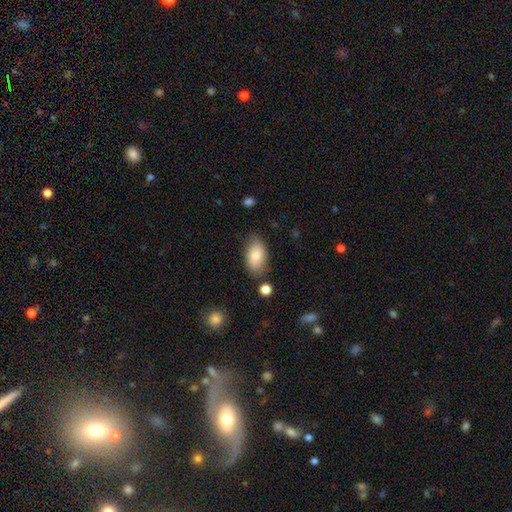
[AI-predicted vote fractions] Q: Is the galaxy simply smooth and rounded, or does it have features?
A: smooth — 82%.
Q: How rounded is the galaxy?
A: in between — 93%.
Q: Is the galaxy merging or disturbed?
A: none — 75%.